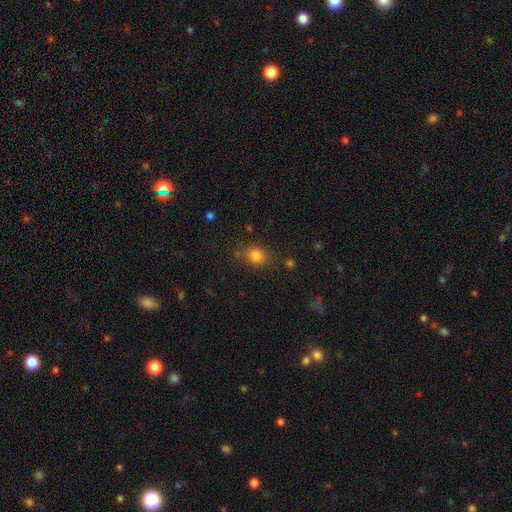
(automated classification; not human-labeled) Morphology: type=smooth (80%); roundness=round (58%); merging=none (77%).